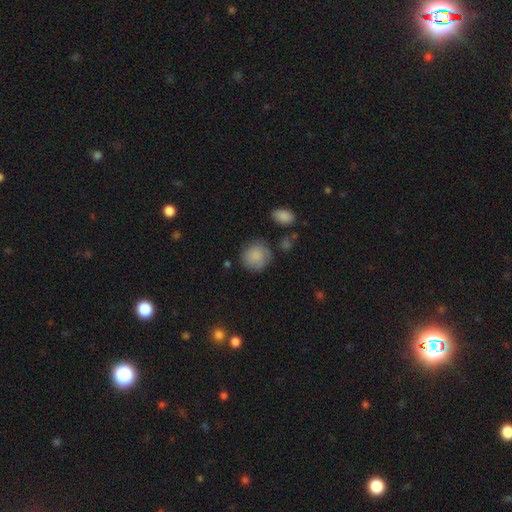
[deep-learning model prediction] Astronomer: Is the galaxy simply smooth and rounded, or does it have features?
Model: smooth — 82%.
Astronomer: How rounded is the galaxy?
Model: round — 87%.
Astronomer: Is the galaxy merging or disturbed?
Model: none — 72%.